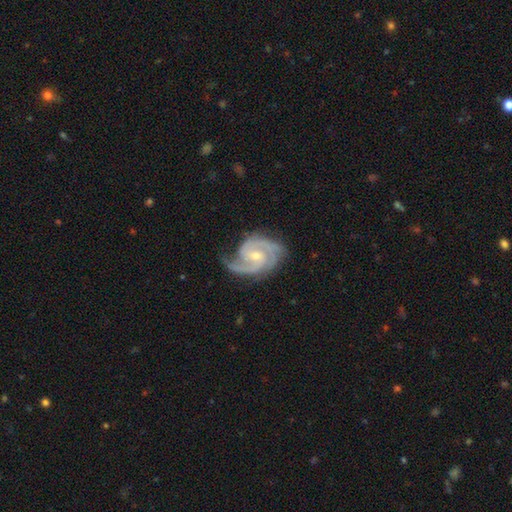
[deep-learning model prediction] Overall: featured or disk (92%). Edge-on disk: no (98%). Bar: no (44%, tied with weak). Spiral arms: yes (98%). Spiral arm count: 2 (51%; 3 33%). Spiral winding: medium (48%; tight 43%). Bulge size: small (58%; moderate 39%). Merging: none (68%).